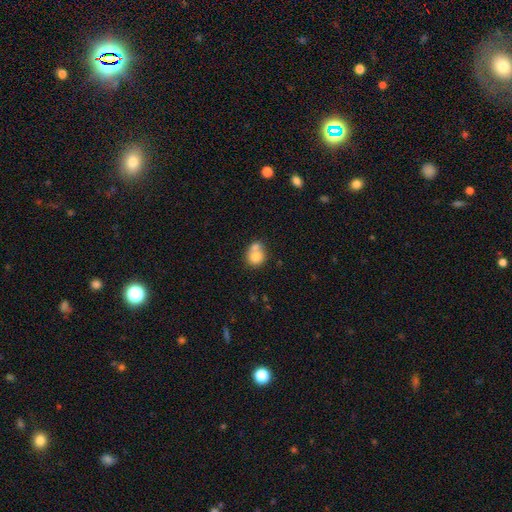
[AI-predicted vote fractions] Smooth or featured?
  - smooth: 76% *
  - featured or disk: 15%
  - star or artifact: 9%
How rounded?
  - round: 76% *
  - in between: 23%
  - cigar-shaped: 1%
Merging?
  - merger: 51% *
  - none: 35%
  - minor disturbance: 10%
  - major disturbance: 4%